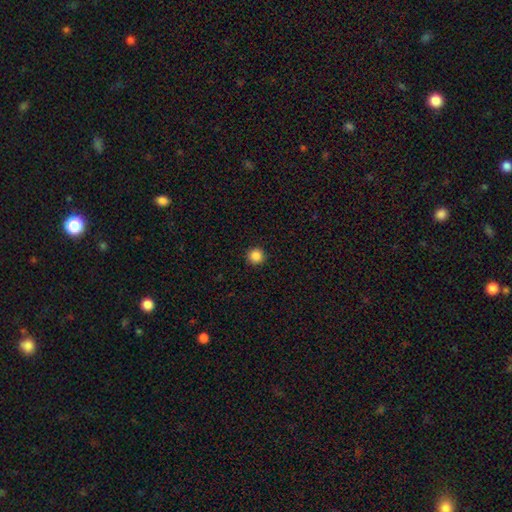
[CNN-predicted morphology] smooth-or-featured: smooth: 86% | star or artifact: 11% | featured or disk: 3%
  how-rounded: round: 96% | in between: 3% | cigar-shaped: 1%
  merging: none: 93% | minor disturbance: 4% | major disturbance: 1% | merger: 1%